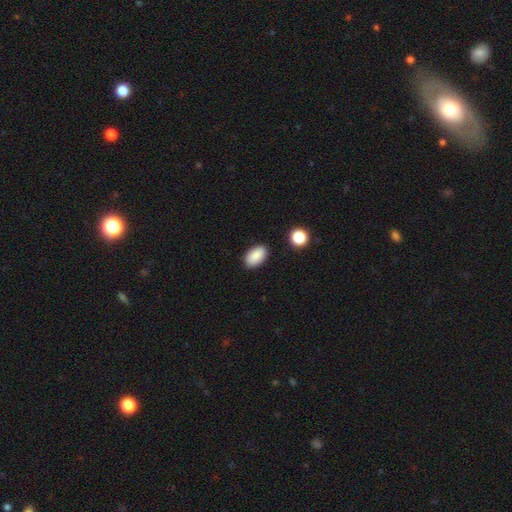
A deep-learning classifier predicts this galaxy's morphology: type=smooth (88%); roundness=in between (93%); merging=none (87%).